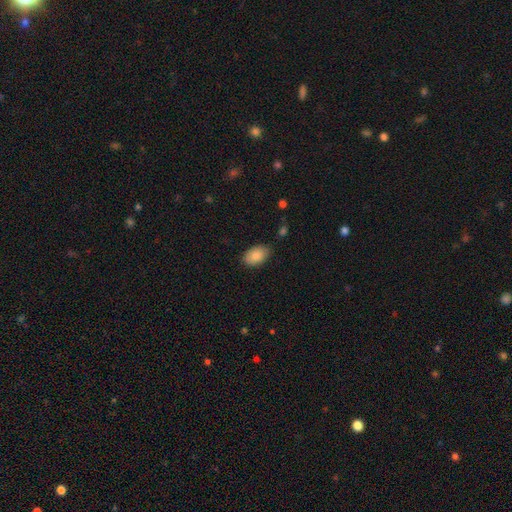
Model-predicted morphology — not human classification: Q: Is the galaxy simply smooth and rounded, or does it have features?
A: smooth — 87%.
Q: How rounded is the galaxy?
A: in between — 92%.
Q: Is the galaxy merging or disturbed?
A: none — 82%.